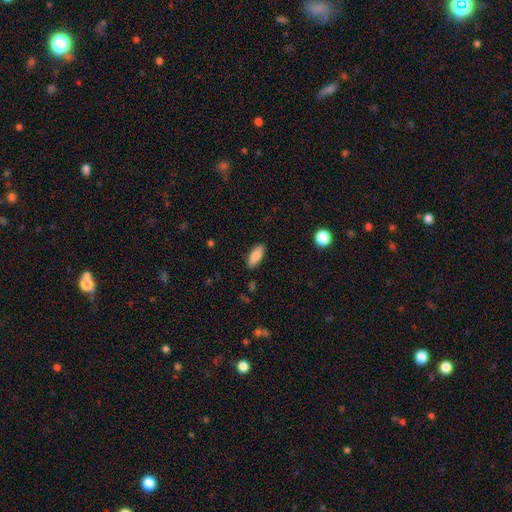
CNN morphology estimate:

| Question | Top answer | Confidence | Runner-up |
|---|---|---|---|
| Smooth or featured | smooth | 86% | featured or disk (7%) |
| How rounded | in between | 83% | cigar-shaped (15%) |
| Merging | none | 88% | minor disturbance (9%) |